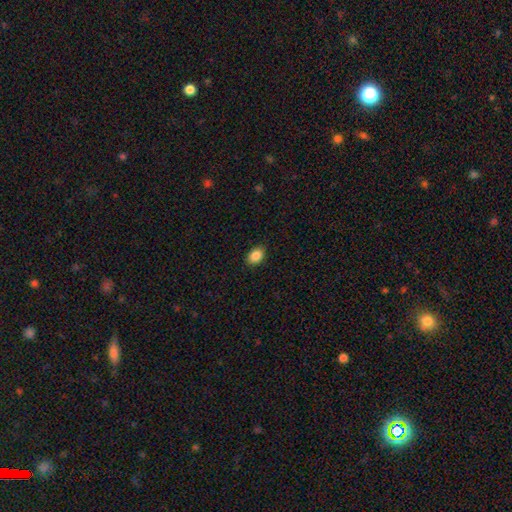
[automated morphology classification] type=smooth (87%); roundness=in between (81%); merging=none (88%).